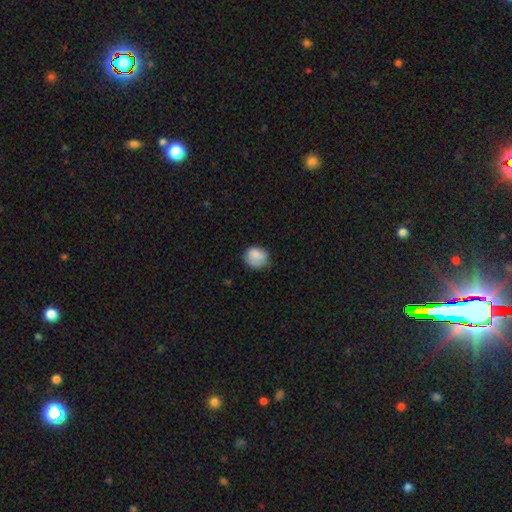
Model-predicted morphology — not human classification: Overall: smooth (83%). How rounded: round (76%). Merging: none (68%).